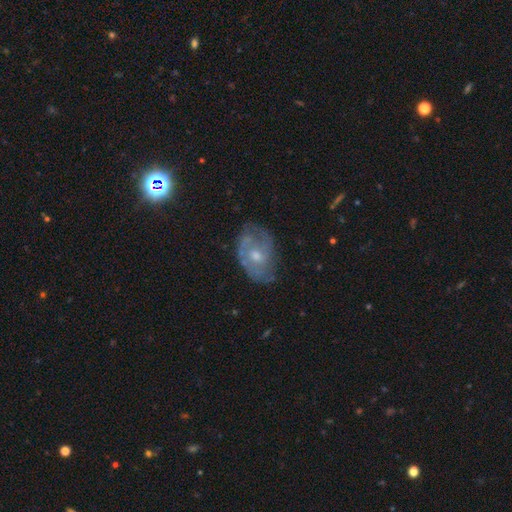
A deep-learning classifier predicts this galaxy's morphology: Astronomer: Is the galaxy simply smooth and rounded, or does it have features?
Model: featured or disk — 72%.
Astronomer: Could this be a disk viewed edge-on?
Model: no — 96%.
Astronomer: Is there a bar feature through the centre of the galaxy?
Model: no — 70%.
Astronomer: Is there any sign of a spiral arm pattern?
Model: yes — 80%.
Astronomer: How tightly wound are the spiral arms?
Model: tight — 47% (runner-up: medium, 39%).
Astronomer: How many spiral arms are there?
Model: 2 — 39% (runner-up: can't tell, 38%).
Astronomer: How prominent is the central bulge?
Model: moderate — 55% (runner-up: small, 40%).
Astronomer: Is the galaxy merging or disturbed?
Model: none — 66%.